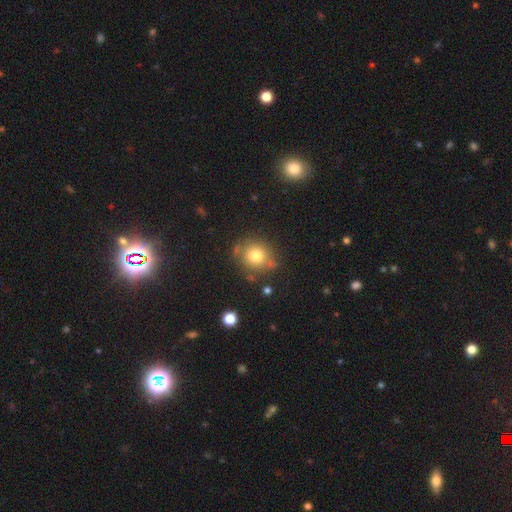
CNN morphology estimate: Overall: smooth (77%). How rounded: round (83%). Merging: none (74%).